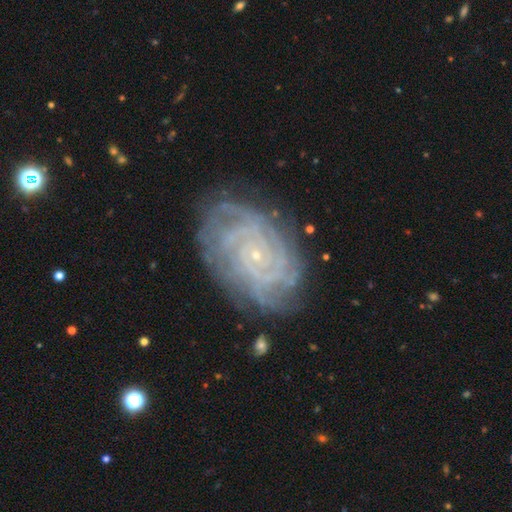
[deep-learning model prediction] Smooth or featured: featured or disk — 89% (star or artifact — 6%)
Edge-on disk: no — 97% (yes — 3%)
Bar: no — 78% (weak — 17%)
Spiral arms: yes — 98% (no — 2%)
Spiral winding: tight — 80% (medium — 17%)
Spiral arm count: 4 — 24% (can't tell — 22%)
Bulge size: small — 90% (moderate — 6%)
Merging: none — 79% (minor disturbance — 15%)